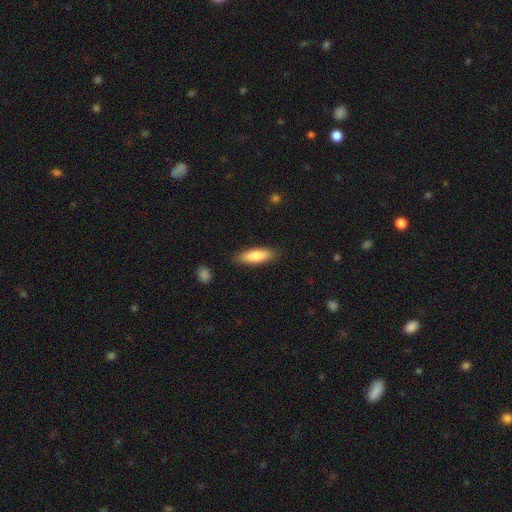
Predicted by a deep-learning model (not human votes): This is clearly a smooth galaxy (81%). How rounded: possibly in between (53%). Merging: clearly none (87%).